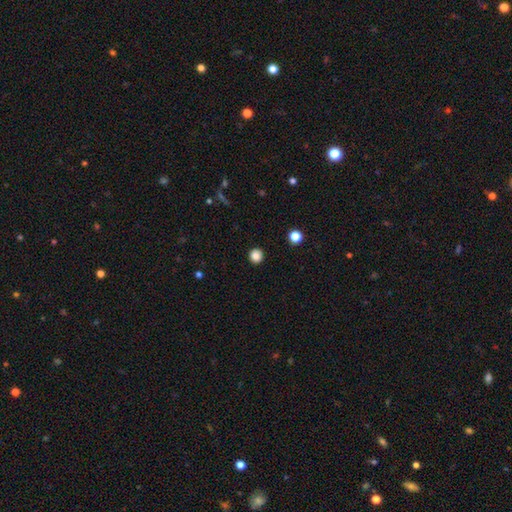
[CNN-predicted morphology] Smooth or featured?
  - smooth: 86% *
  - star or artifact: 11%
  - featured or disk: 3%
How rounded?
  - round: 93% *
  - in between: 6%
  - cigar-shaped: 1%
Merging?
  - none: 92% *
  - minor disturbance: 5%
  - major disturbance: 2%
  - merger: 1%